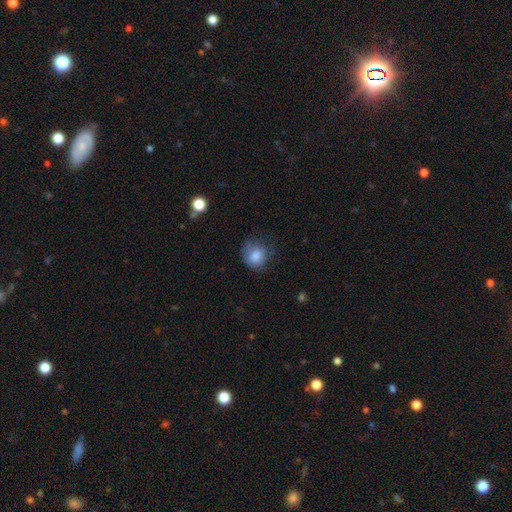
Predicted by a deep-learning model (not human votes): A smooth galaxy with no disk features (81%) that is round (72%).

Vote fractions:
- Smooth or featured? smooth: 81% / featured or disk: 10% / star or artifact: 9%
- How rounded? round: 72% / in between: 27% / cigar-shaped: 1%
- Merging? none: 56% / minor disturbance: 28% / major disturbance: 14% / merger: 2%